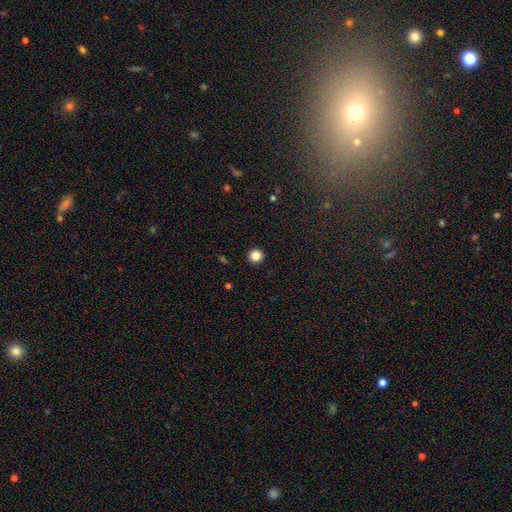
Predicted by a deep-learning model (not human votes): Smooth or featured: smooth — 84% (star or artifact — 11%)
How rounded: round — 96% (in between — 3%)
Merging: none — 94% (minor disturbance — 4%)